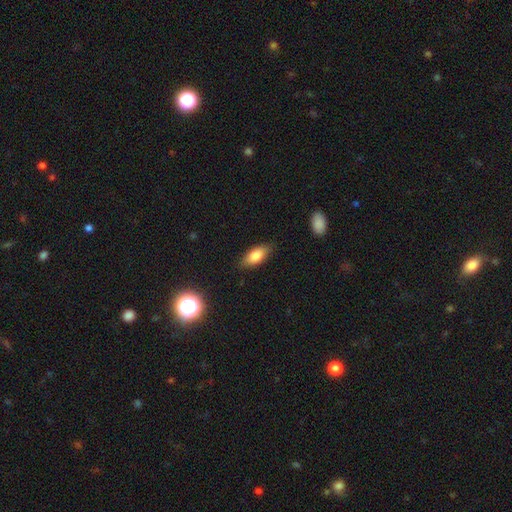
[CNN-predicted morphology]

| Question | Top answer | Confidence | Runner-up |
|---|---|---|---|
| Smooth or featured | smooth | 80% | featured or disk (13%) |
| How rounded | in between | 84% | cigar-shaped (13%) |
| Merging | none | 82% | minor disturbance (14%) |